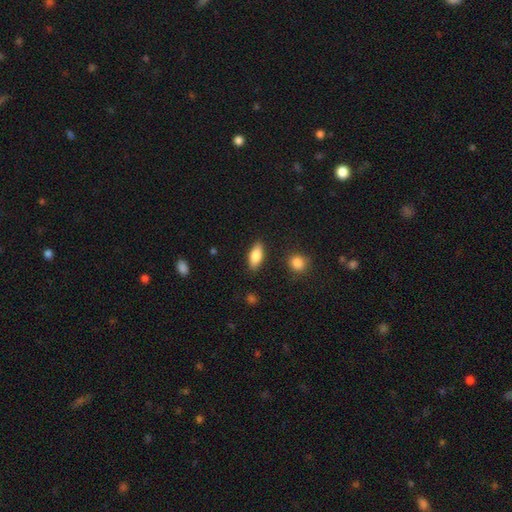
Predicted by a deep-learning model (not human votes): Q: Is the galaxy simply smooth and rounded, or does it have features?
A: smooth — 82%.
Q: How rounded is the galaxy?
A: in between — 82%.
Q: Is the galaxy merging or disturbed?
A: none — 87%.